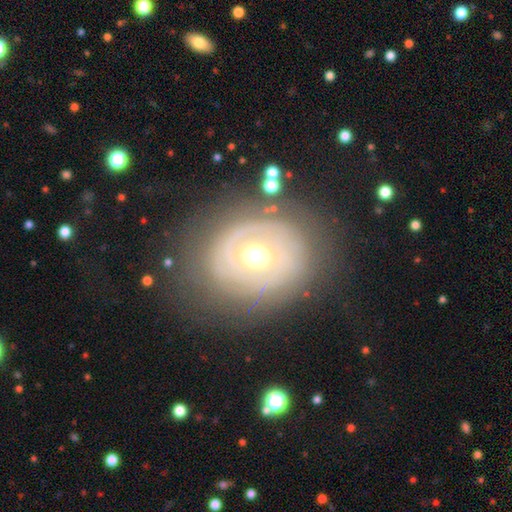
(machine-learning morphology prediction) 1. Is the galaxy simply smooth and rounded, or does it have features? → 72% featured or disk, 22% smooth, 7% star or artifact.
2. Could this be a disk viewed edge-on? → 95% no, 5% yes.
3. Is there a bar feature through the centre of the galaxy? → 72% no, 20% weak, 9% strong.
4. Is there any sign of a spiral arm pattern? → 54% no, 46% yes.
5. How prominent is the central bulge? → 71% moderate, 14% small, 12% large, 2% dominant, 1% none.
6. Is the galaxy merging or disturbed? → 74% none, 16% minor disturbance, 9% major disturbance, 2% merger.